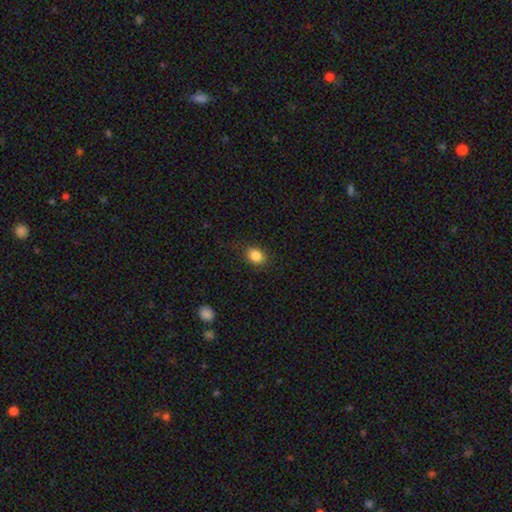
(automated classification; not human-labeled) Smooth or featured: smooth — 86% (star or artifact — 10%)
How rounded: in between — 59% (round — 40%)
Merging: none — 83% (minor disturbance — 12%)